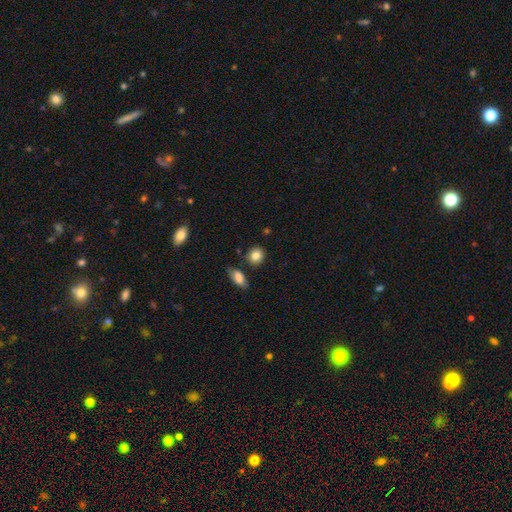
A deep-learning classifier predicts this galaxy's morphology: A smooth galaxy with no disk features (85%) that is round (72%). Merging: none (81%).